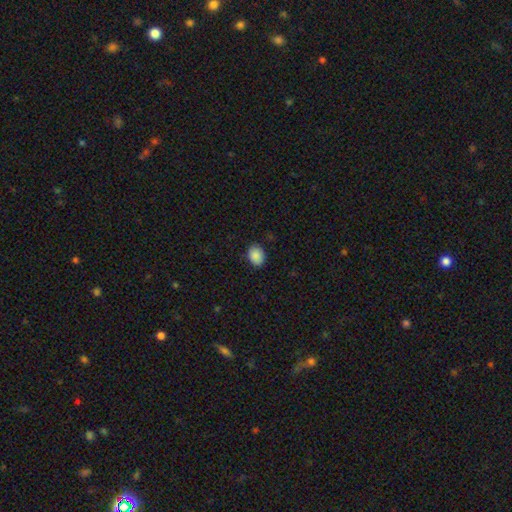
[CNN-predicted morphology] smooth-or-featured: smooth: 89% | star or artifact: 8% | featured or disk: 4%
  how-rounded: in between: 63% | round: 36% | cigar-shaped: 1%
  merging: none: 86% | minor disturbance: 11% | major disturbance: 2% | merger: 1%